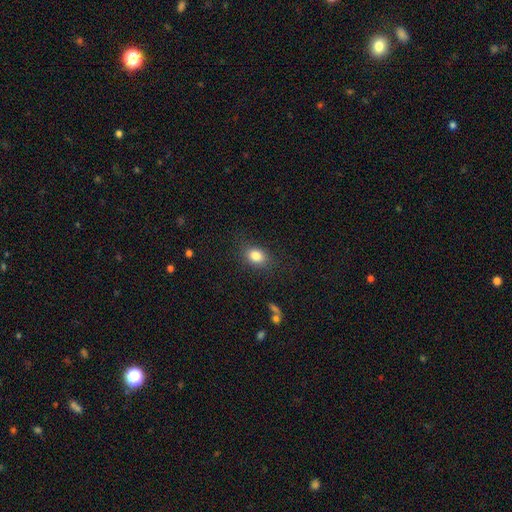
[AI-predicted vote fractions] Smooth or featured? Predicted: smooth (p=0.83). How rounded? Predicted: in between (p=0.63). Merging? Predicted: none (p=0.82).